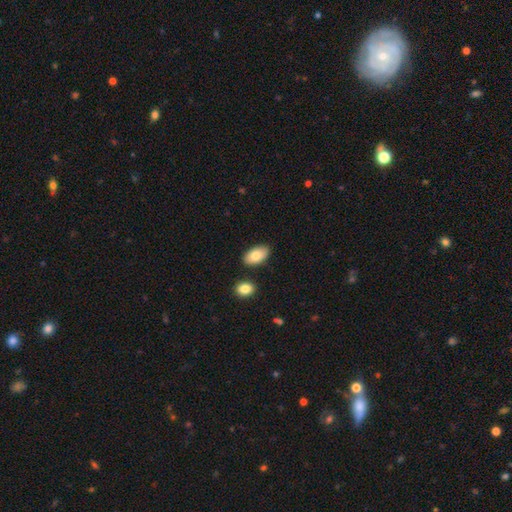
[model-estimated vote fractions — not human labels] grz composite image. It shows a smooth galaxy with no disk features (83%) that is in between round and cigar-shaped (94%). Merging: none (83%).